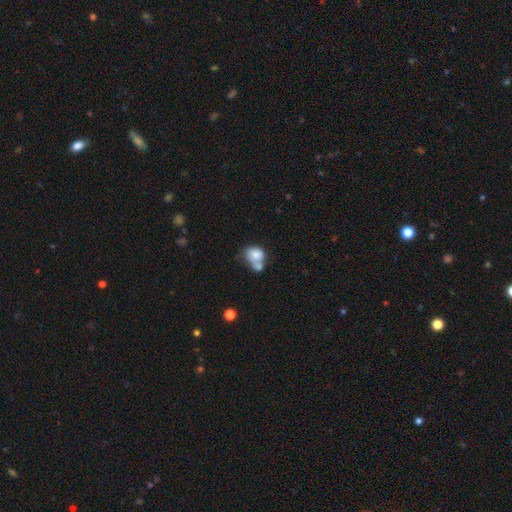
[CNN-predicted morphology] Overall: smooth (73%). How rounded: round (52%; in between 47%). Merging: merger (57%; none 22%).